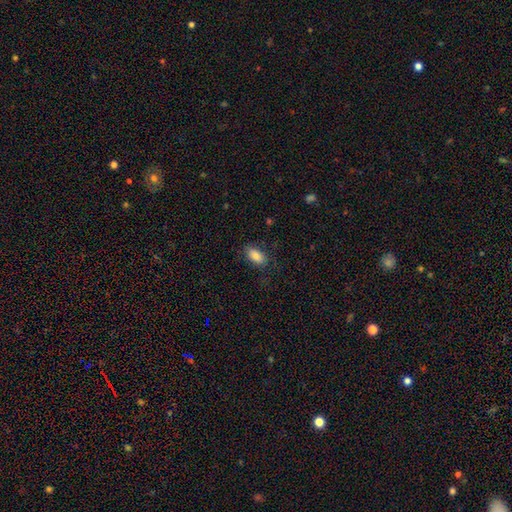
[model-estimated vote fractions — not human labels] Smooth or featured? Predicted: smooth (p=0.85). How rounded? Predicted: in between (p=0.92). Merging? Predicted: none (p=0.81).